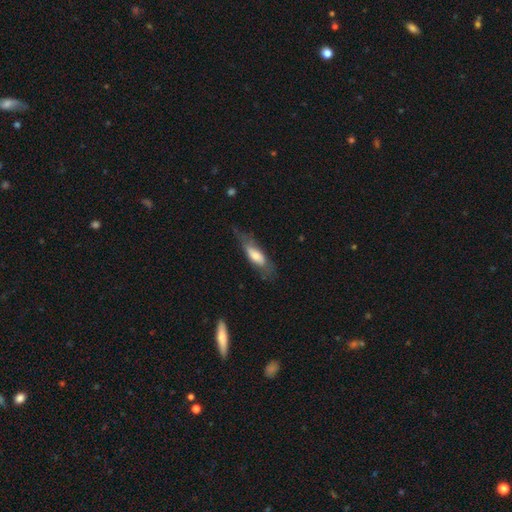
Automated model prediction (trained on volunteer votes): This appears to be a smooth galaxy with no disk features (64%) that is in between round and cigar-shaped (56%). Merging: none (48%).